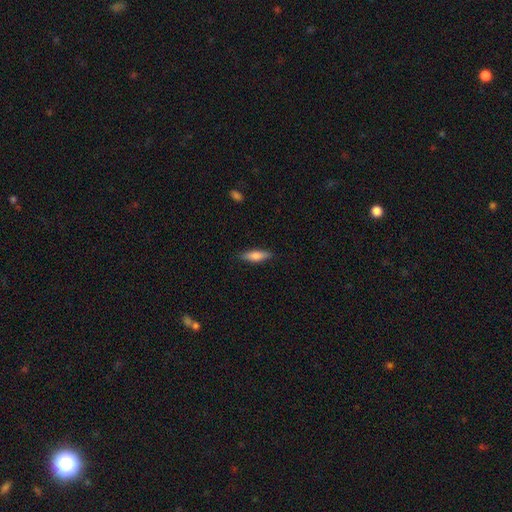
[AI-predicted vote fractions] This appears to be a smooth galaxy with no disk features (75%) that is cigar-shaped (56%). Merging: none (87%).